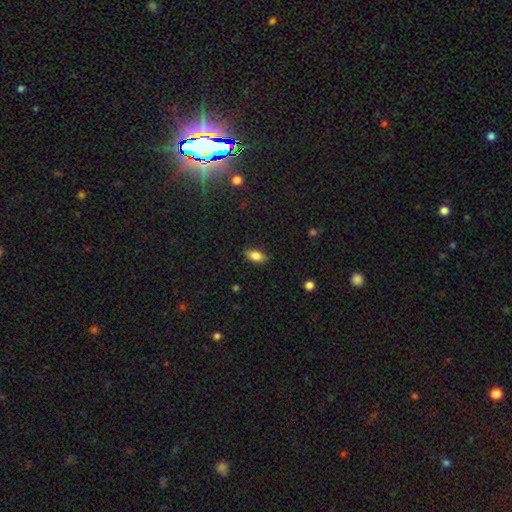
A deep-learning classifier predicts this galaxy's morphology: smooth 83%, featured or disk 9%, star or artifact 8%. Down the decision tree: how rounded — in between (89%); merging — none (86%).